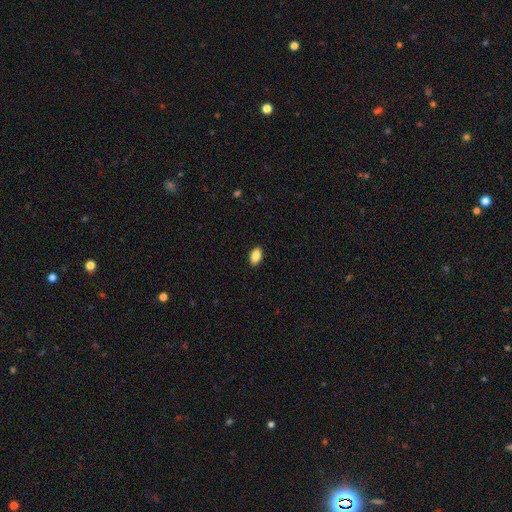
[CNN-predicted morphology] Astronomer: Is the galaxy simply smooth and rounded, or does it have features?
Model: smooth — 88%.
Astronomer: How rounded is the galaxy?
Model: in between — 91%.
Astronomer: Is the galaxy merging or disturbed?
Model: none — 90%.